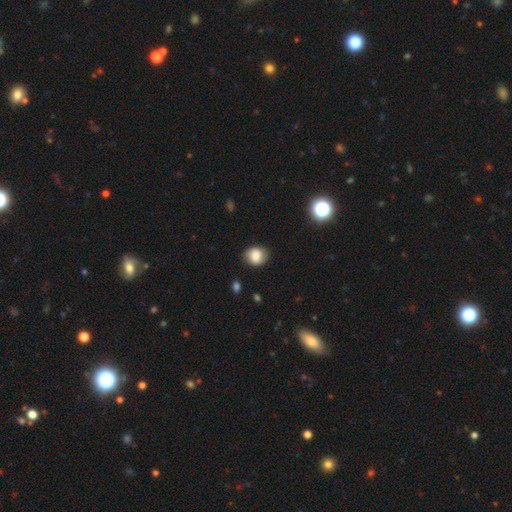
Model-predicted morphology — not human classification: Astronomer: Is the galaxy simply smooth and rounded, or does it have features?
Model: smooth — 76%.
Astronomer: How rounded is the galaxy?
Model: round — 62% (runner-up: in between, 37%).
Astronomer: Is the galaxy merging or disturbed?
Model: none — 80%.